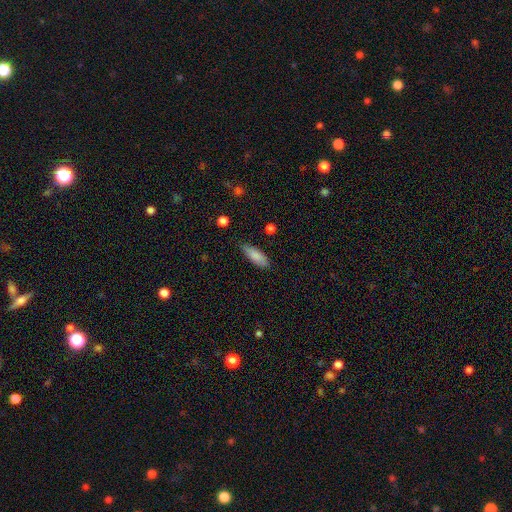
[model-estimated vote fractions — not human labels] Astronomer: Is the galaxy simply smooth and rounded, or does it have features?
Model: smooth — 85%.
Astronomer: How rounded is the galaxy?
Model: in between — 62%.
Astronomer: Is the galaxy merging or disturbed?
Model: none — 82%.